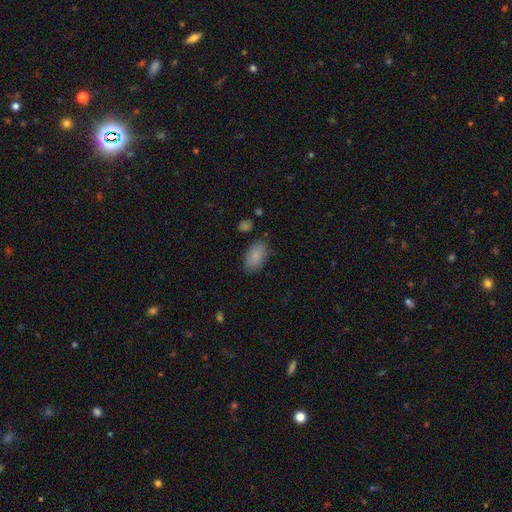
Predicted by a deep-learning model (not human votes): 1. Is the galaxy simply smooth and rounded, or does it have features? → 83% smooth, 10% featured or disk, 7% star or artifact.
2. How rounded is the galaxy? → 92% in between, 6% round, 2% cigar-shaped.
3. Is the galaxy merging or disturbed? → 76% none, 17% minor disturbance, 4% major disturbance, 2% merger.